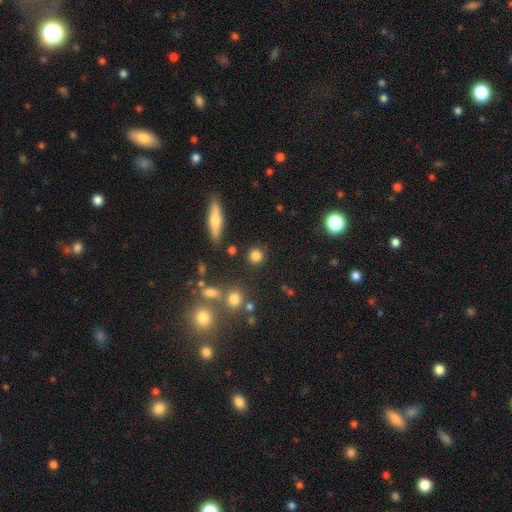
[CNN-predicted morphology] smooth_or_featured: smooth (p=0.79) [alt: star or artifact p=0.12]
how_rounded: round (p=0.88) [alt: in between p=0.09]
merging: none (p=0.84) [alt: minor disturbance p=0.08]